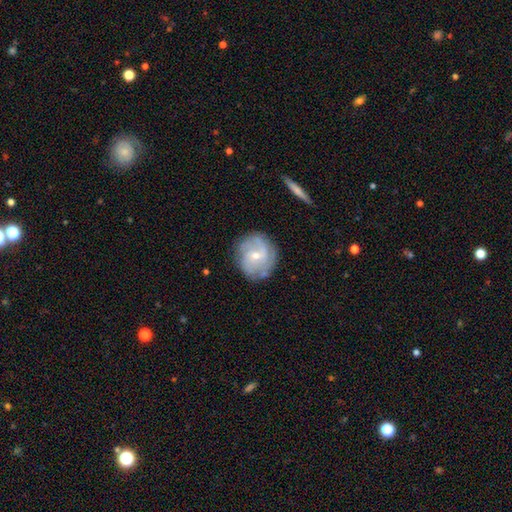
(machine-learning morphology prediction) smooth-or-featured: featured or disk: 74% | smooth: 19% | star or artifact: 7%
  disk-edge-on: no: 97% | yes: 3%
    bar: no: 60% | weak: 34% | strong: 6%
    has-spiral-arms: yes: 91% | no: 9%
      spiral-winding: tight: 47% | medium: 38% | loose: 14%
      spiral-arm-count: can't tell: 29% | 3: 28% | 2: 20% | 4: 12% | 1: 5% | more than 4: 5%
    bulge-size: small: 59% | moderate: 38% | large: 1% | none: 1% | dominant: 1%
  merging: none: 77% | minor disturbance: 16% | major disturbance: 6% | merger: 2%